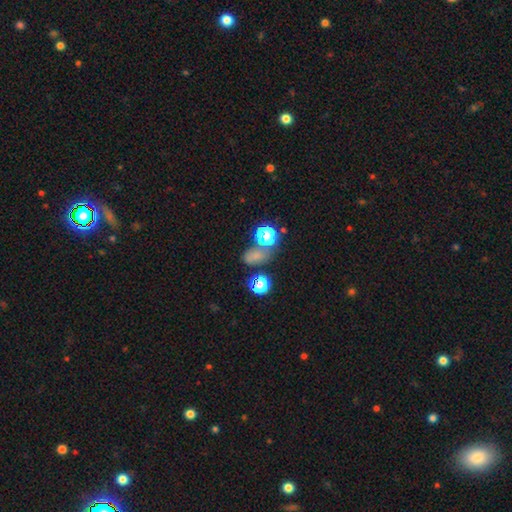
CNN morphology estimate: Q: Smooth or featured?
A: smooth (57%); runner-up: star or artifact (32%)
Q: How rounded?
A: in between (59%); runner-up: round (39%)
Q: Merging?
A: none (55%); runner-up: merger (22%)